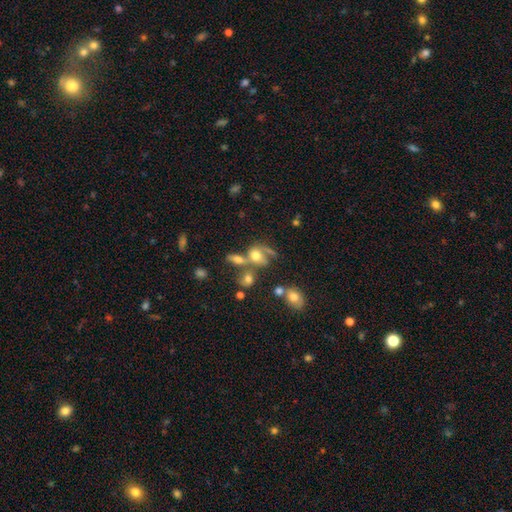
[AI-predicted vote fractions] Smooth or featured? smooth (50%)
Merging? merger (43%)